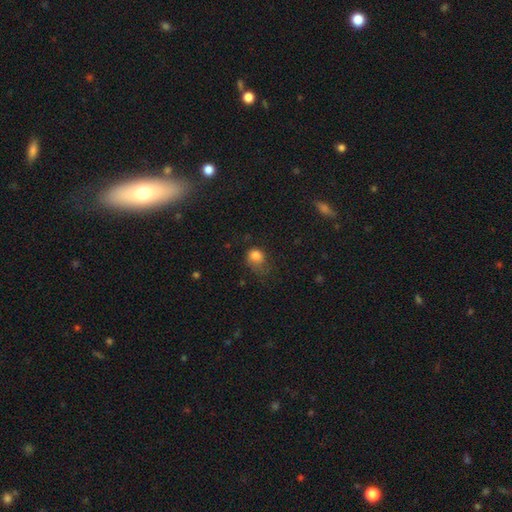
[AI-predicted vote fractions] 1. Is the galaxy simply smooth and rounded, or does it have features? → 79% smooth, 11% star or artifact, 9% featured or disk.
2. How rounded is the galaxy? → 58% round, 41% in between, 1% cigar-shaped.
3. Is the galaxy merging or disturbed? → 34% none, 33% minor disturbance, 30% major disturbance, 2% merger.